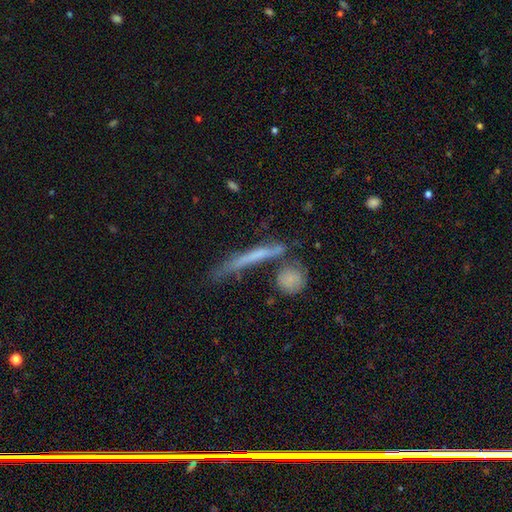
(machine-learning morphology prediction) A smooth galaxy with no disk features (47%).

Vote fractions:
- Smooth or featured? smooth: 47% / featured or disk: 43% / star or artifact: 10%
- Merging? none: 55% / minor disturbance: 17% / merger: 17% / major disturbance: 10%